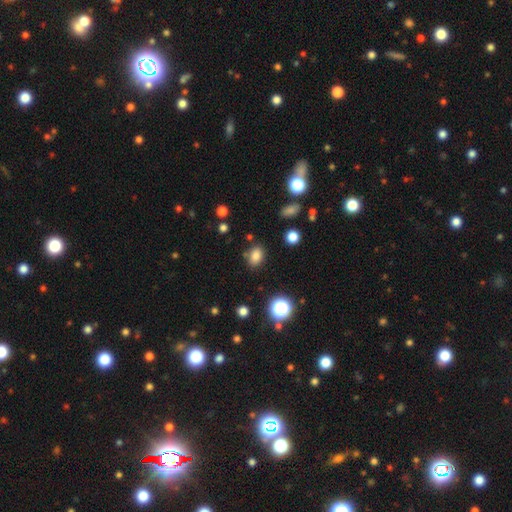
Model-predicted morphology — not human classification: This is clearly a smooth galaxy (81%). How rounded: likely in between (66%). Merging: clearly none (81%).